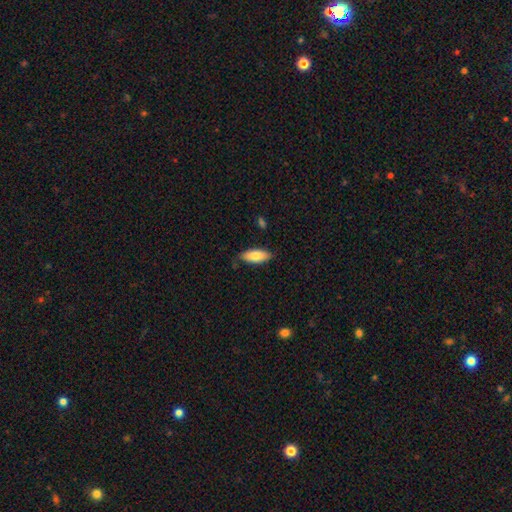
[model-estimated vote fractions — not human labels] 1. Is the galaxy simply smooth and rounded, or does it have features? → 82% smooth, 12% featured or disk, 6% star or artifact.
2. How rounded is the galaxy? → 79% in between, 20% cigar-shaped, 2% round.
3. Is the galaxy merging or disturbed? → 80% none, 16% minor disturbance, 2% major disturbance, 2% merger.